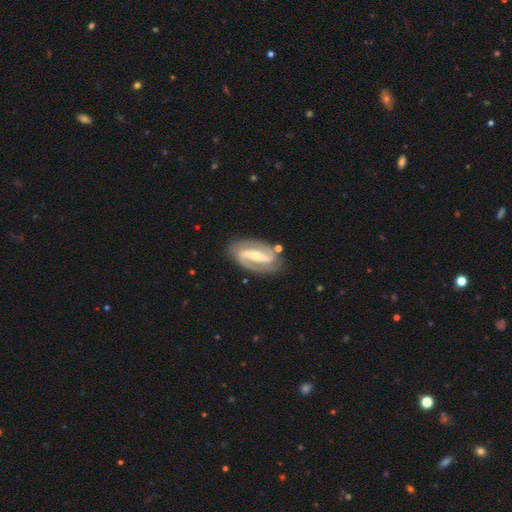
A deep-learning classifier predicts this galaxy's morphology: smooth_or_featured: featured or disk (p=0.89) [alt: smooth p=0.07]
disk_edge_on: no (p=0.96) [alt: yes p=0.04]
bar: strong (p=0.70) [alt: weak p=0.20]
has_spiral_arms: yes (p=0.96) [alt: no p=0.04]
spiral_winding: medium (p=0.48) [alt: tight p=0.33]
spiral_arm_count: 2 (p=0.92) [alt: can't tell p=0.03]
bulge_size: small (p=0.59) [alt: moderate p=0.35]
merging: none (p=0.82) [alt: minor disturbance p=0.12]